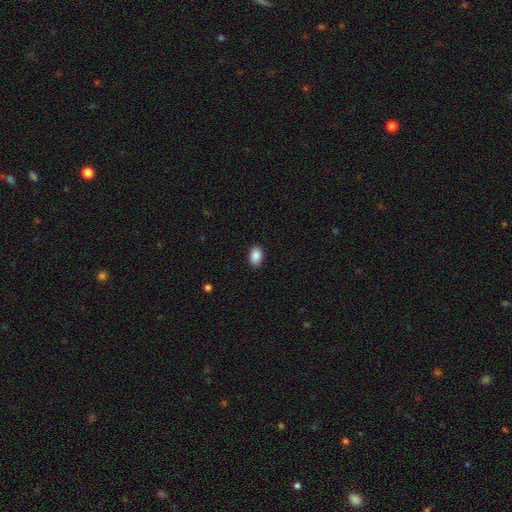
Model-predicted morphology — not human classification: This is clearly a smooth galaxy (89%). How rounded: clearly in between (85%). Merging: clearly none (89%).